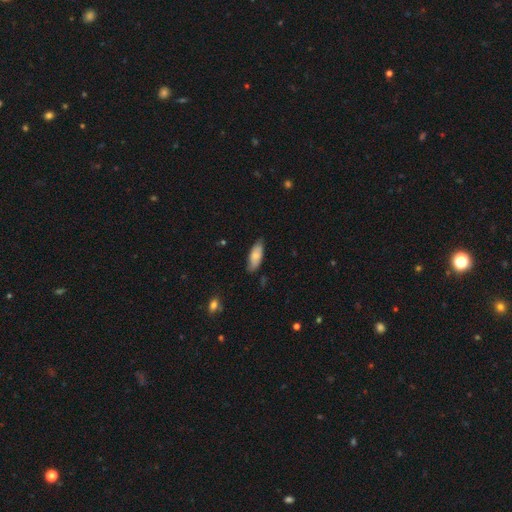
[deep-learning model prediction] smooth 72%, featured or disk 22%, star or artifact 6%. Down the decision tree: how rounded — in between (78%); merging — none (78%).